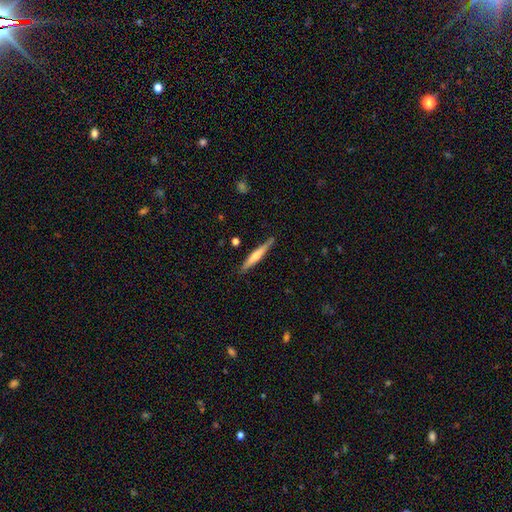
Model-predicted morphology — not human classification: This appears to be a featured or disk galaxy (53%) viewed edge-on (97%) with a rounded central bulge (61%). Merging: none (88%).